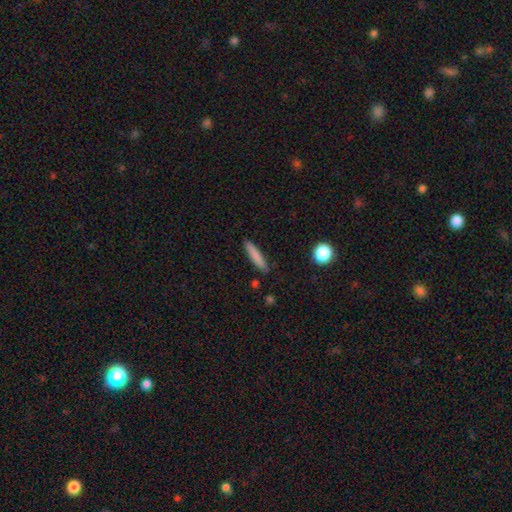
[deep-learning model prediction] Smooth or featured? smooth (80%)
How rounded? cigar-shaped (88%)
Merging? none (87%)